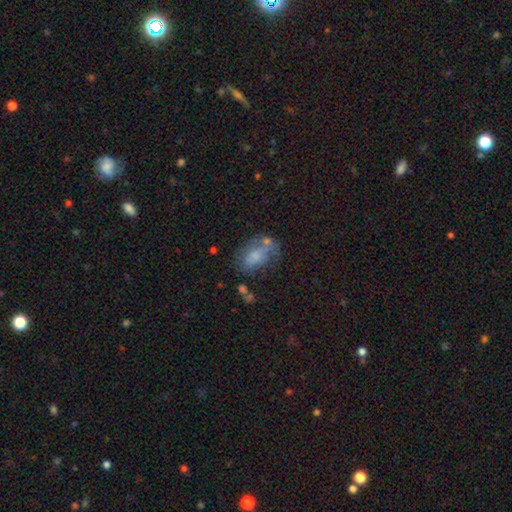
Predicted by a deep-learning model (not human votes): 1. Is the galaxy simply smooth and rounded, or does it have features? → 59% smooth, 30% featured or disk, 10% star or artifact.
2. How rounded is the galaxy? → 86% in between, 12% round, 2% cigar-shaped.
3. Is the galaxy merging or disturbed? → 39% none, 25% minor disturbance, 20% major disturbance, 16% merger.